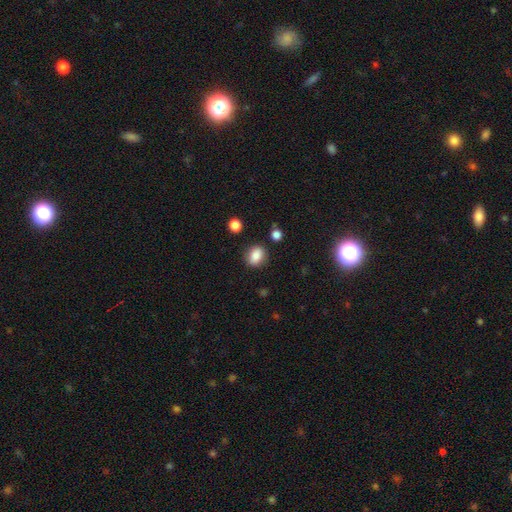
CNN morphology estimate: smooth 84%, star or artifact 9%, featured or disk 6%. Down the decision tree: how rounded — in between (56%); merging — none (82%).